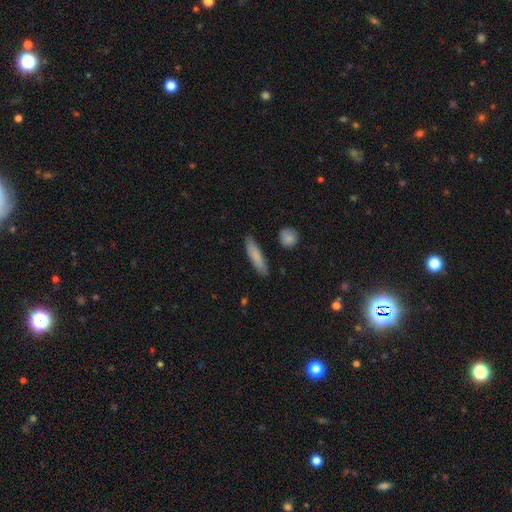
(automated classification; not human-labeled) Overall: smooth (79%). How rounded: cigar-shaped (85%). Merging: none (86%).